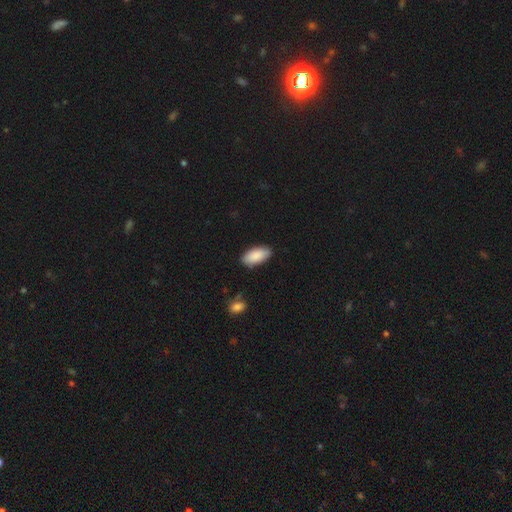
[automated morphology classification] Smooth or featured: smooth — 89% (star or artifact — 6%)
How rounded: in between — 93% (cigar-shaped — 5%)
Merging: none — 85% (minor disturbance — 12%)